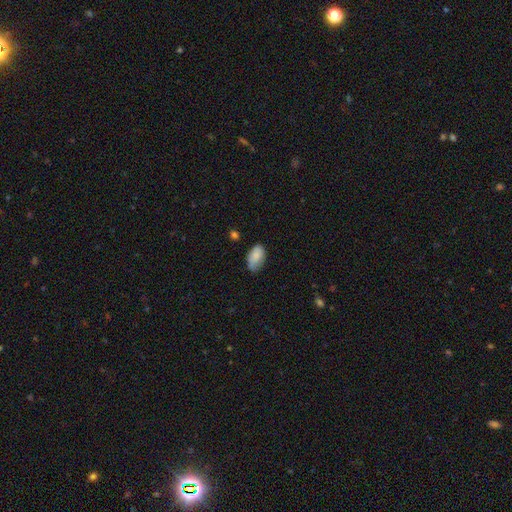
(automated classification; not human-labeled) Smooth or featured?
  - smooth: 83% *
  - featured or disk: 10%
  - star or artifact: 7%
How rounded?
  - in between: 93% *
  - round: 6%
  - cigar-shaped: 2%
Merging?
  - none: 60% *
  - minor disturbance: 32%
  - major disturbance: 6%
  - merger: 2%